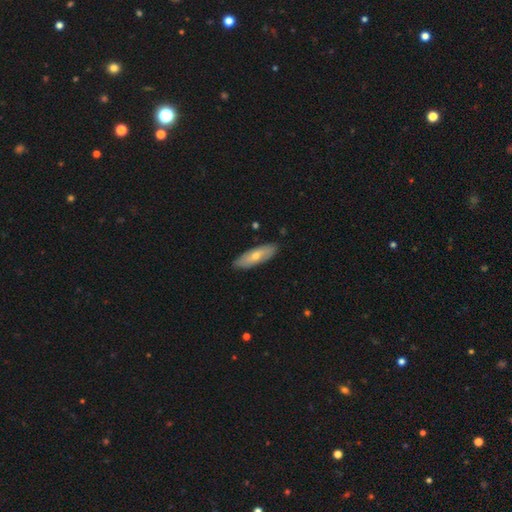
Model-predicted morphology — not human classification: type=smooth (55%); roundness=in between (49%, tied with cigar-shaped); merging=none (88%).